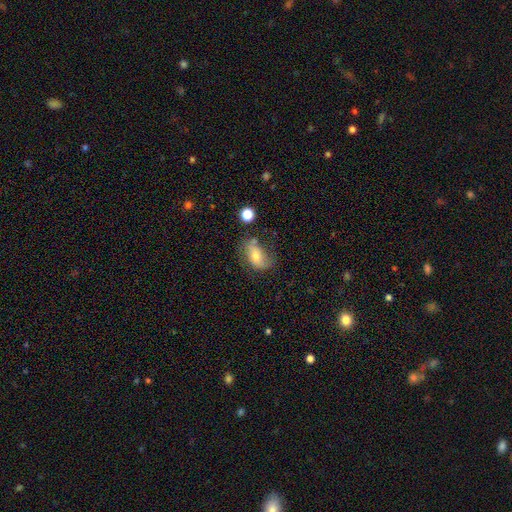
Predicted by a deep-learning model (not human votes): Morphology: type=smooth (53%); roundness=in between (85%); merging=none (52%).